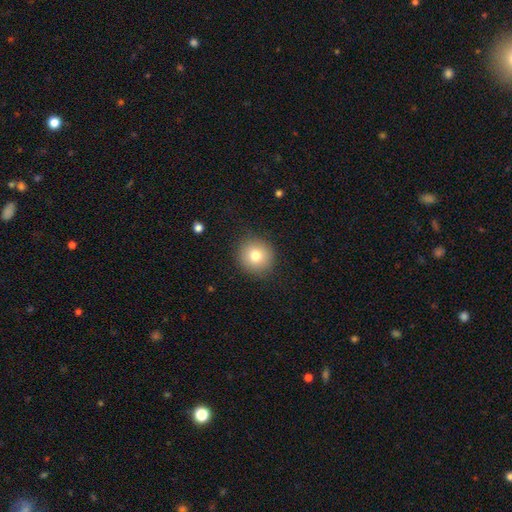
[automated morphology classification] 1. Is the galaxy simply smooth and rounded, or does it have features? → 77% smooth, 12% featured or disk, 11% star or artifact.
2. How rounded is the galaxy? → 91% round, 8% in between, 1% cigar-shaped.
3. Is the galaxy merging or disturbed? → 89% none, 8% minor disturbance, 3% major disturbance, 1% merger.